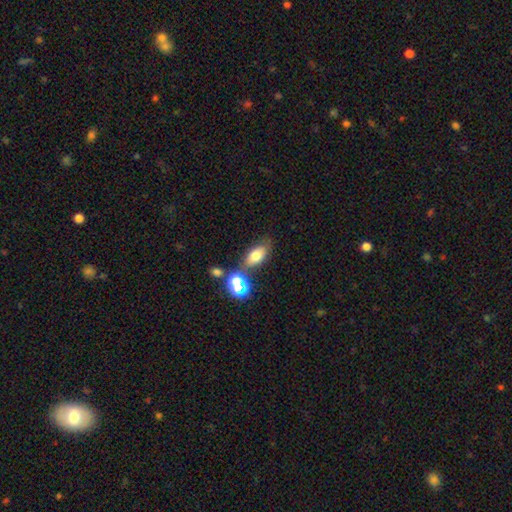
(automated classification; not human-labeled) This appears to be a smooth galaxy with no disk features (70%) that is in between round and cigar-shaped (84%). Merging: none (62%).